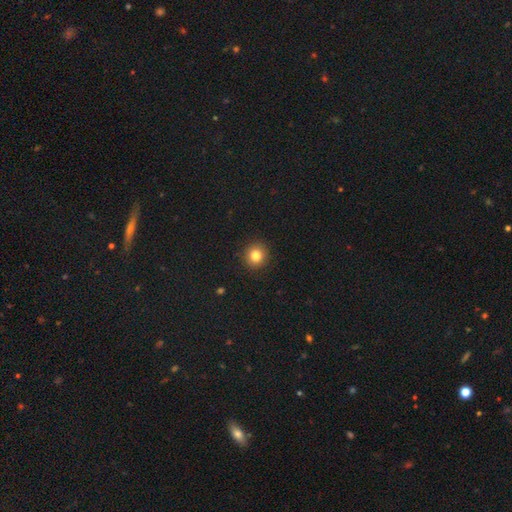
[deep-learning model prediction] Smooth or featured?
  - smooth: 82% *
  - star or artifact: 12%
  - featured or disk: 6%
How rounded?
  - round: 91% *
  - in between: 8%
  - cigar-shaped: 1%
Merging?
  - none: 92% *
  - minor disturbance: 5%
  - major disturbance: 2%
  - merger: 1%